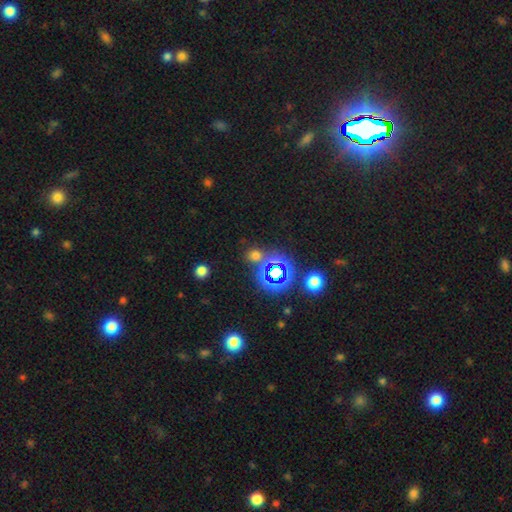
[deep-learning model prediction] This is possibly a smooth galaxy (50%). Merging: likely none (72%).